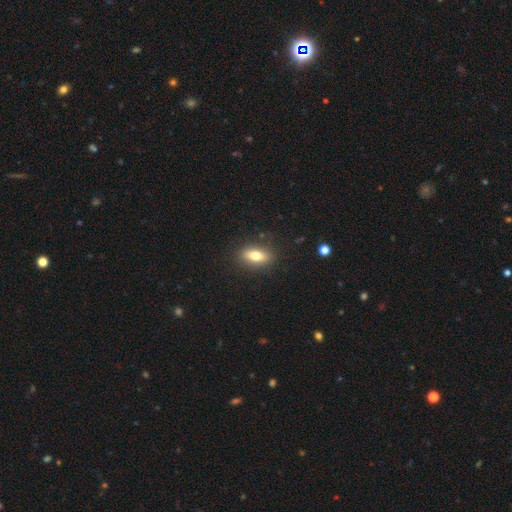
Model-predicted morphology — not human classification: This is likely a smooth galaxy (74%). How rounded: likely in between (78%). Merging: clearly none (86%).